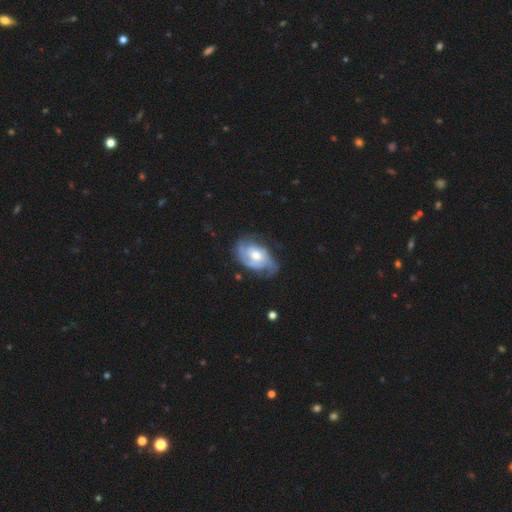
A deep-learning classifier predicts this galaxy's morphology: Q: Smooth or featured?
A: featured or disk (77%); runner-up: smooth (18%)
Q: Edge-on disk?
A: no (96%); runner-up: yes (4%)
Q: Bar?
A: no (67%); runner-up: weak (28%)
Q: Spiral arms?
A: yes (90%); runner-up: no (10%)
Q: Spiral winding?
A: tight (44%); runner-up: medium (39%)
Q: Spiral arm count?
A: 2 (35%); runner-up: can't tell (28%)
Q: Bulge size?
A: moderate (67%); runner-up: small (19%)
Q: Merging?
A: none (56%); runner-up: minor disturbance (27%)